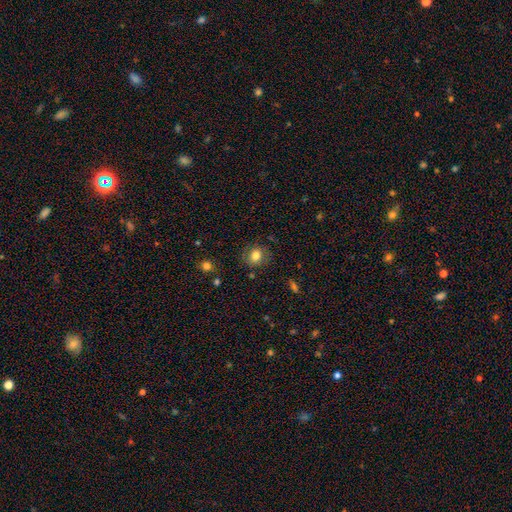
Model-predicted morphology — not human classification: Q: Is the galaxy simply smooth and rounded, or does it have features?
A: smooth — 79%.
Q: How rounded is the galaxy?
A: round — 69%.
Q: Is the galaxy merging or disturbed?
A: none — 82%.